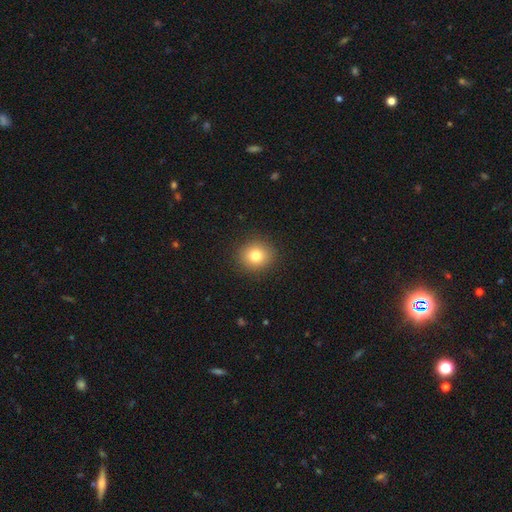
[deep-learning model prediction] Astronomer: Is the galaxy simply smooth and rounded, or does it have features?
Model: smooth — 80%.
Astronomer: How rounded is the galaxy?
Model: round — 84%.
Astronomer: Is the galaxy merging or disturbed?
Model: none — 91%.